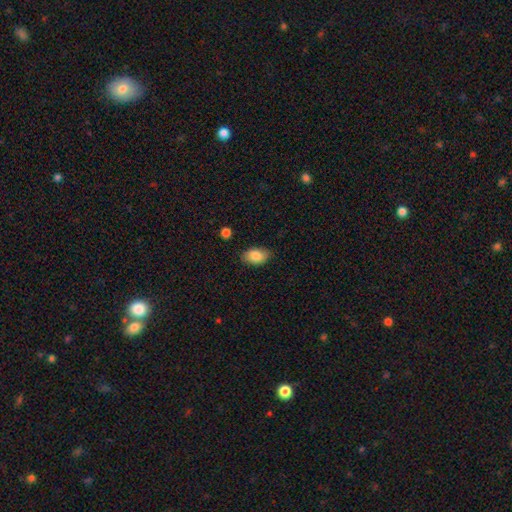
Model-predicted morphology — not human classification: smooth_or_featured: smooth (p=0.86) [alt: star or artifact p=0.07]
how_rounded: in between (p=0.91) [alt: round p=0.08]
merging: none (p=0.82) [alt: minor disturbance p=0.14]